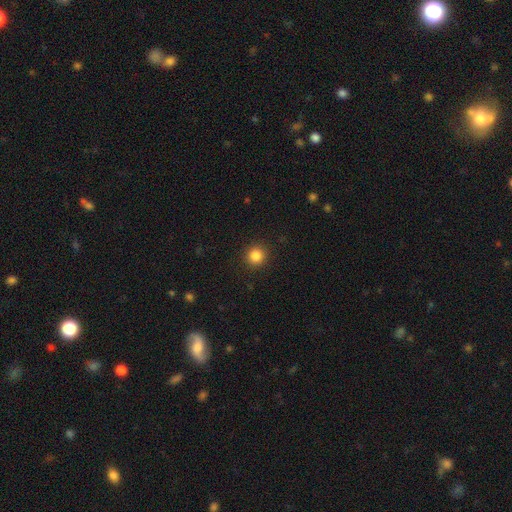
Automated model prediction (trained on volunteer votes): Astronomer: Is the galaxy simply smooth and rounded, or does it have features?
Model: smooth — 85%.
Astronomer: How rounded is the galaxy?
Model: round — 94%.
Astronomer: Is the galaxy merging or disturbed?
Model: none — 92%.